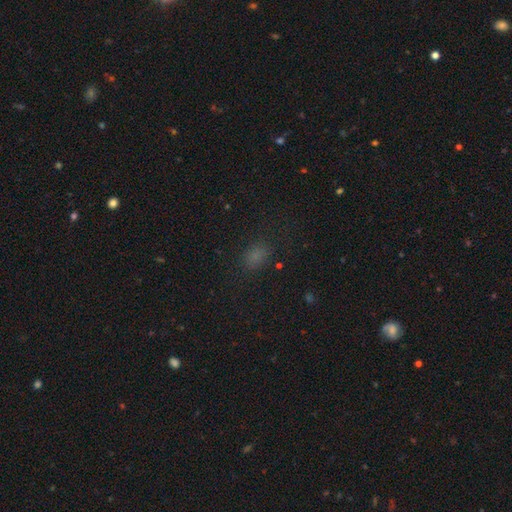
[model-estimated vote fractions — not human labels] smooth 74%, star or artifact 21%, featured or disk 6%. Down the decision tree: how rounded — in between (74%); merging — none (80%).